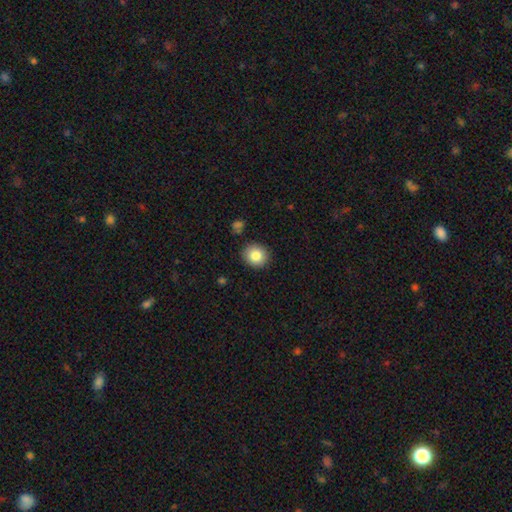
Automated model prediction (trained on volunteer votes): The model was most divided on "how rounded": round: 83%, in between: 16%, cigar-shaped: 1%. More confident: merging — none (89%); smooth or featured — smooth (83%).